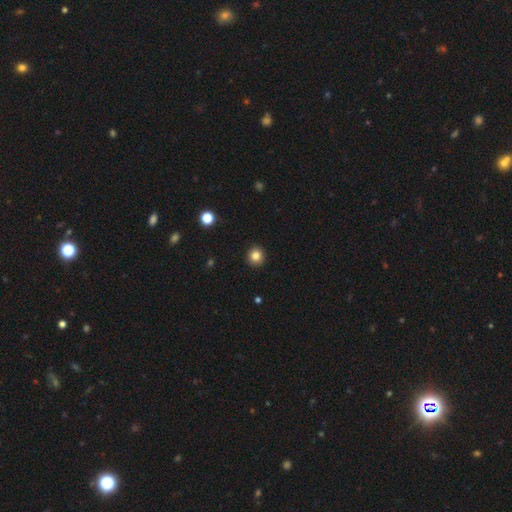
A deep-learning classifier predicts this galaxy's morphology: Smooth or featured? smooth (83%)
How rounded? round (93%)
Merging? none (93%)